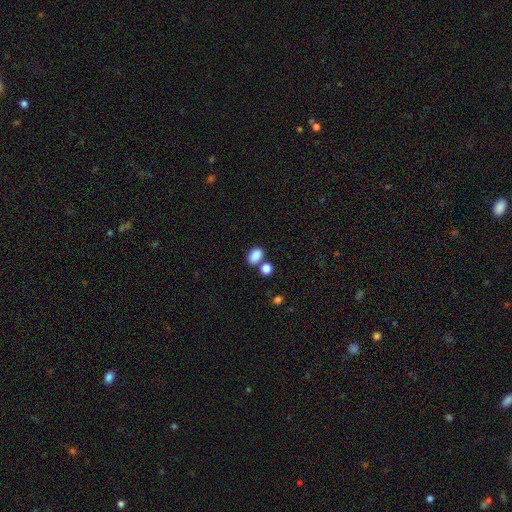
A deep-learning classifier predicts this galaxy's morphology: type=smooth (86%); roundness=in between (79%); merging=none (61%).